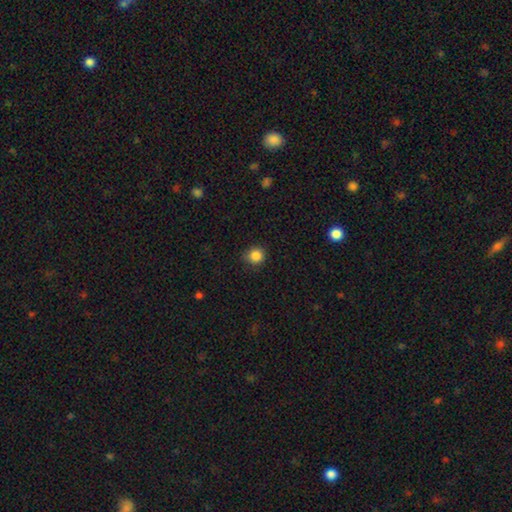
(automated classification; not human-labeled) Smooth or featured? Predicted: smooth (p=0.86). How rounded? Predicted: round (p=0.91). Merging? Predicted: none (p=0.83).